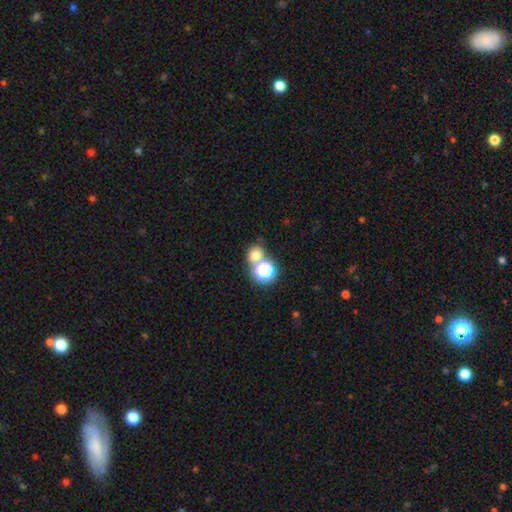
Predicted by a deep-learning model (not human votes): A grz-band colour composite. It shows a smooth galaxy with no disk features (69%) that is round (78%). Merging: none (55%).